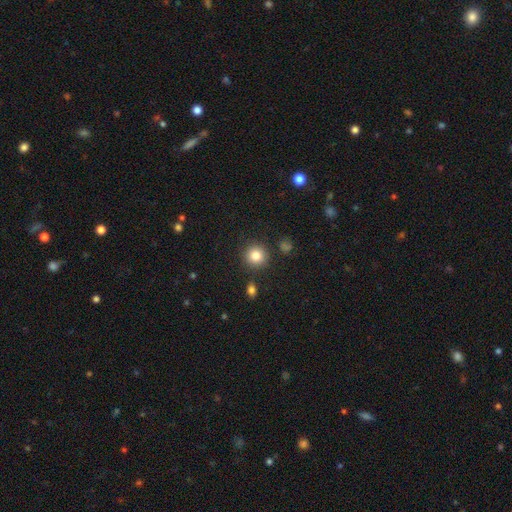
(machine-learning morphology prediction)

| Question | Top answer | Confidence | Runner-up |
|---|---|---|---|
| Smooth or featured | smooth | 84% | star or artifact (10%) |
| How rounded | round | 93% | in between (6%) |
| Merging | none | 88% | minor disturbance (7%) |